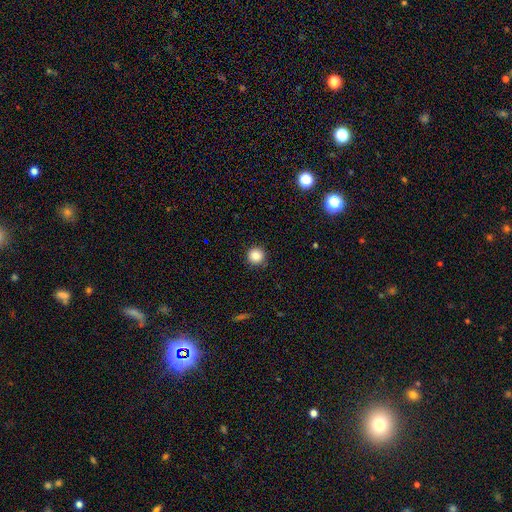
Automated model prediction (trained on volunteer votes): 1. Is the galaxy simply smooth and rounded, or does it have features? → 85% smooth, 10% star or artifact, 4% featured or disk.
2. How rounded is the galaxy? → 96% round, 3% in between, 1% cigar-shaped.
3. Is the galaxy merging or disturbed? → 91% none, 6% minor disturbance, 2% major disturbance, 1% merger.